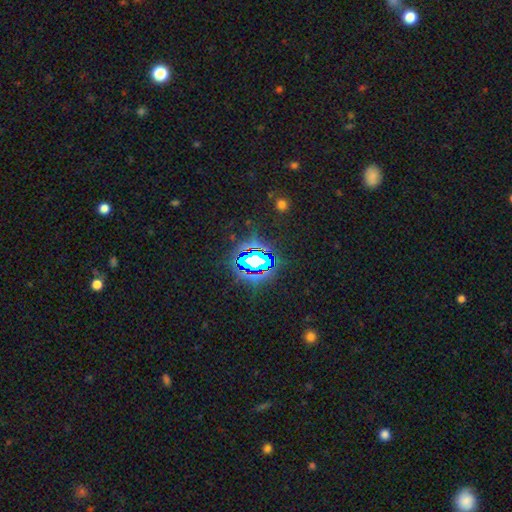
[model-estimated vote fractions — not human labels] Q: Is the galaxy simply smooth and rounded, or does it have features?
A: star or artifact — 78%.